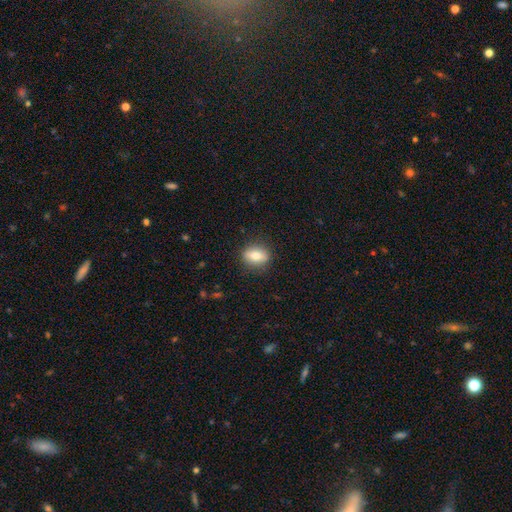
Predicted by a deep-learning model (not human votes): Smooth or featured? smooth (72%)
How rounded? in between (64%)
Merging? none (86%)